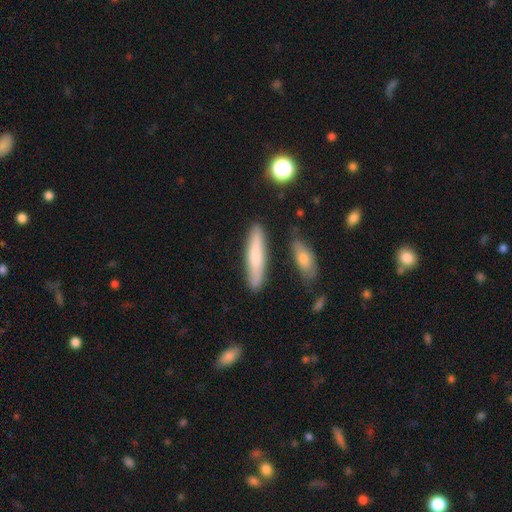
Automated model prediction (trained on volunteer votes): smooth_or_featured: smooth (p=0.70) [alt: featured or disk p=0.23]
how_rounded: cigar-shaped (p=0.83) [alt: in between p=0.15]
merging: none (p=0.83) [alt: minor disturbance p=0.11]